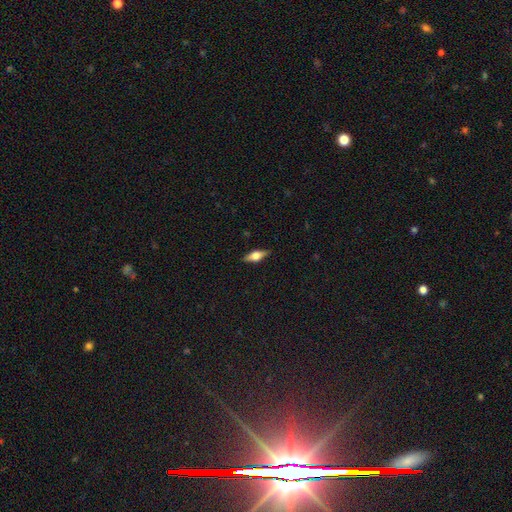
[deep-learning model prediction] Smooth or featured: featured or disk — 51% (smooth — 42%)
Edge-on disk: yes — 94% (no — 6%)
Merging: none — 88% (minor disturbance — 9%)